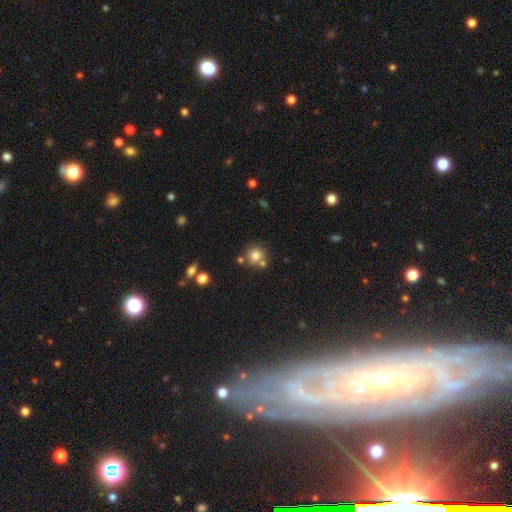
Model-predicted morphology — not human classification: This appears to be a smooth galaxy with no disk features (78%) that is round (89%). Merging: none (66%).